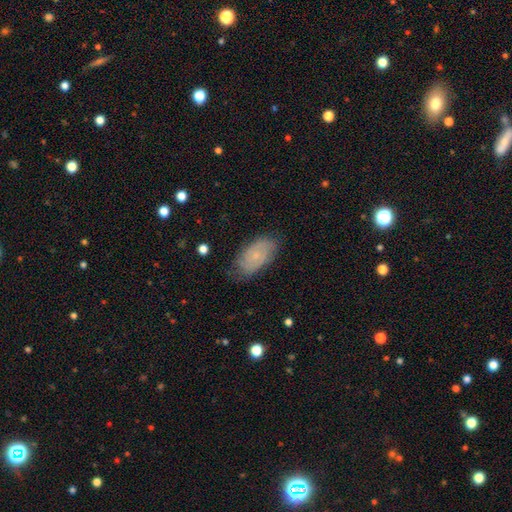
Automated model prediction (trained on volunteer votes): Smooth or featured? smooth (52%)
How rounded? in between (92%)
Merging? none (73%)